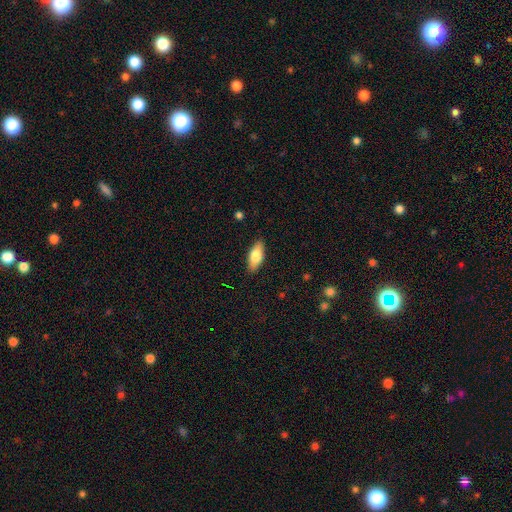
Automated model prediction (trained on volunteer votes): A smooth galaxy with no disk features (75%) that is in between round and cigar-shaped (80%).

Vote fractions:
- Smooth or featured? smooth: 75% / featured or disk: 19% / star or artifact: 6%
- How rounded? in between: 80% / cigar-shaped: 17% / round: 3%
- Merging? none: 88% / minor disturbance: 9% / major disturbance: 2% / merger: 1%